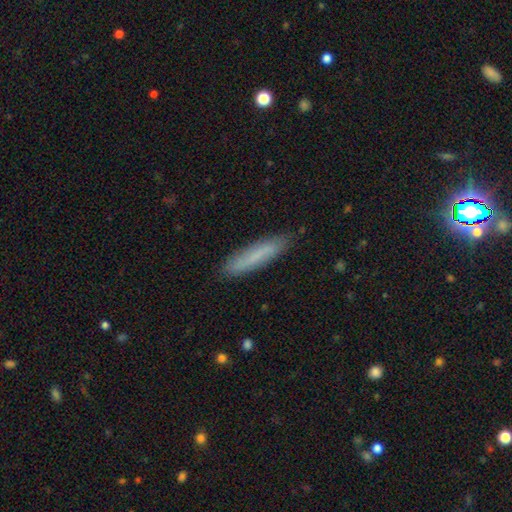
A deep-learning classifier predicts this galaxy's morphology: Overall: smooth (71%). How rounded: cigar-shaped (85%). Merging: none (84%).